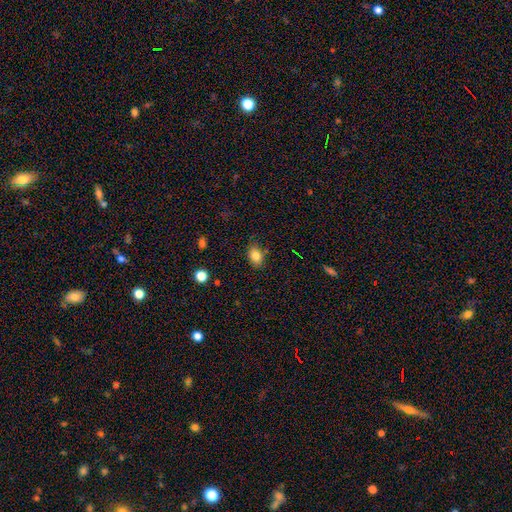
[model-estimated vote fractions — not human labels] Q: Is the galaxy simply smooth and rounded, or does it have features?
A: smooth — 83%.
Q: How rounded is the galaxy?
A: in between — 73%.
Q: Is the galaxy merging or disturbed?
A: none — 80%.